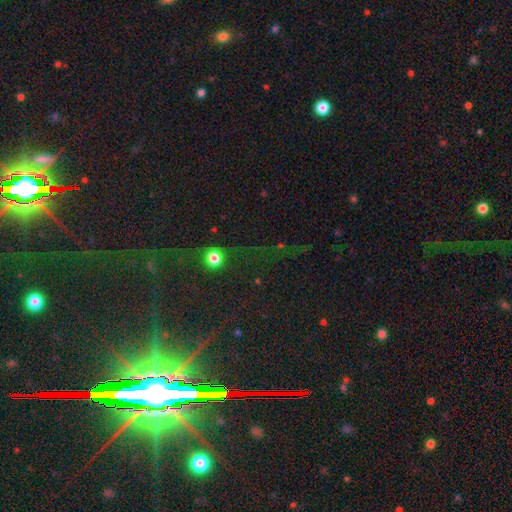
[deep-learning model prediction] Smooth or featured? star or artifact (81%)